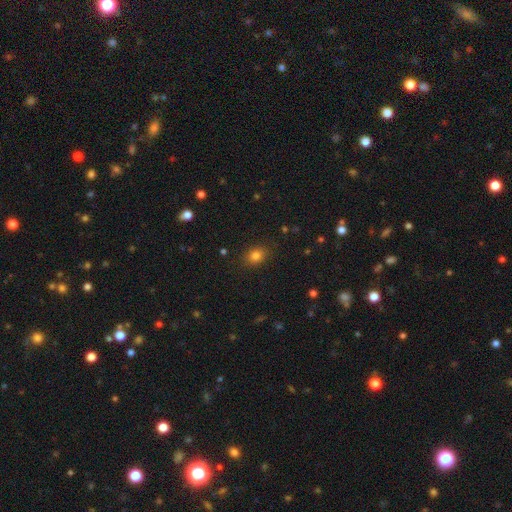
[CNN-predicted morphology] Smooth or featured? smooth (81%)
How rounded? in between (50%)
Merging? none (86%)